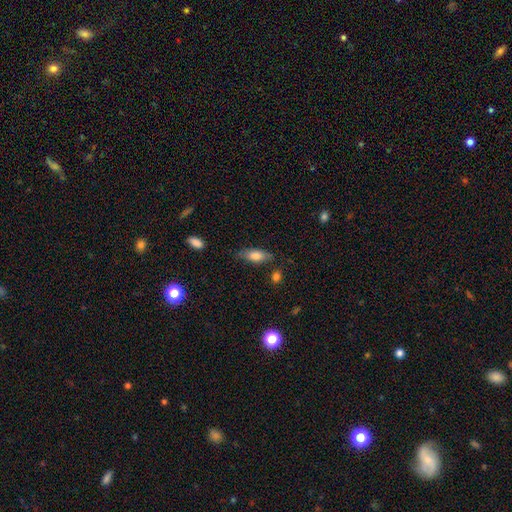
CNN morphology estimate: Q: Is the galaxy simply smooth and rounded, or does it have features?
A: smooth — 76%.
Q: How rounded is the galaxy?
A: in between — 77%.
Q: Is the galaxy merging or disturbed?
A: none — 74%.